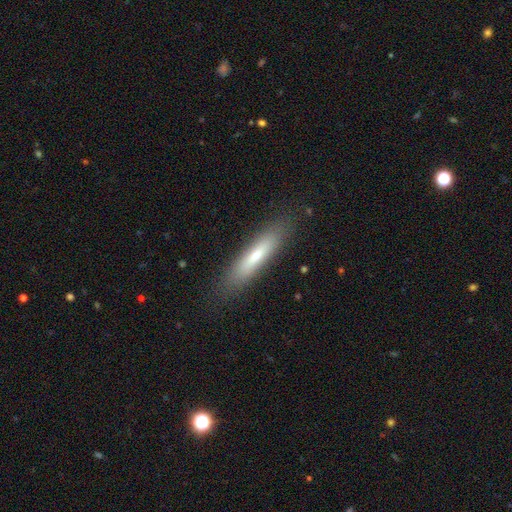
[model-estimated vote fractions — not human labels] Smooth or featured?
  - smooth: 64% *
  - featured or disk: 29%
  - star or artifact: 7%
How rounded?
  - cigar-shaped: 83% *
  - in between: 16%
  - round: 1%
Merging?
  - none: 86% *
  - minor disturbance: 10%
  - major disturbance: 3%
  - merger: 1%